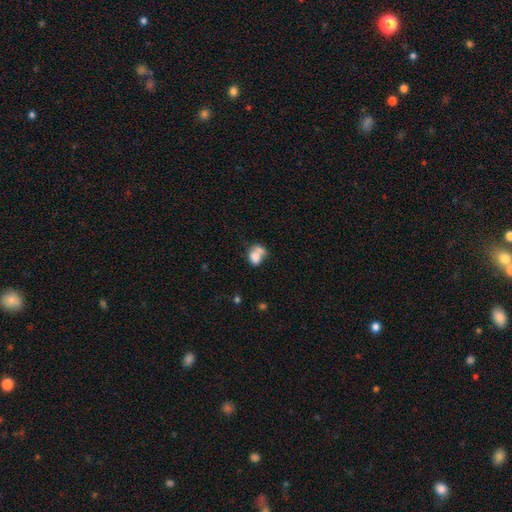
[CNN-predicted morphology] A smooth galaxy with no disk features (73%) that is in between round and cigar-shaped (63%). Merging: merger (54%).